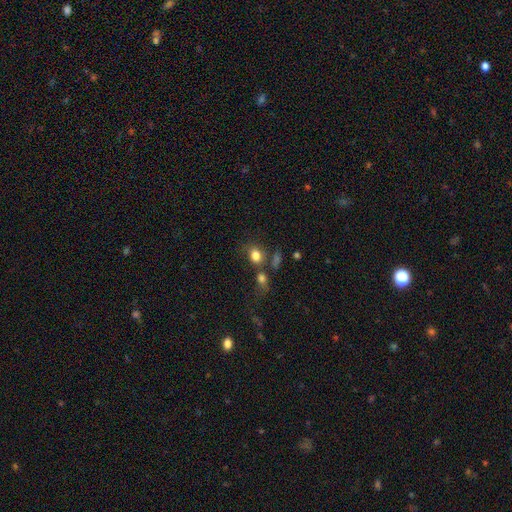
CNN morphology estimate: A smooth galaxy with no disk features (81%) that is in between round and cigar-shaped (50%).

Vote fractions:
- Smooth or featured? smooth: 81% / star or artifact: 11% / featured or disk: 8%
- How rounded? in between: 50% / round: 49% / cigar-shaped: 1%
- Merging? none: 54% / merger: 22% / minor disturbance: 15% / major disturbance: 9%